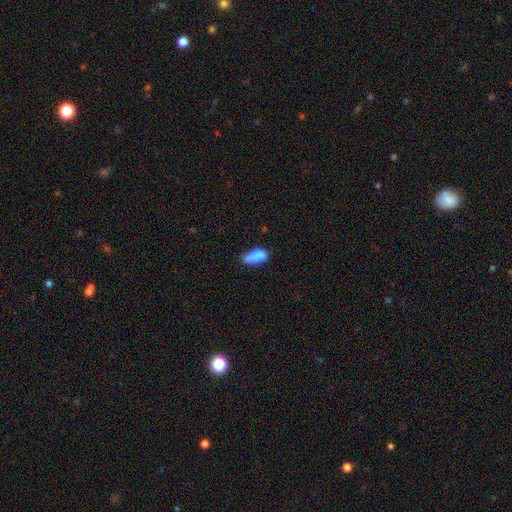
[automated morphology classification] Smooth or featured: smooth — 78% (featured or disk — 14%)
How rounded: in between — 88% (cigar-shaped — 7%)
Merging: none — 39% (minor disturbance — 37%)